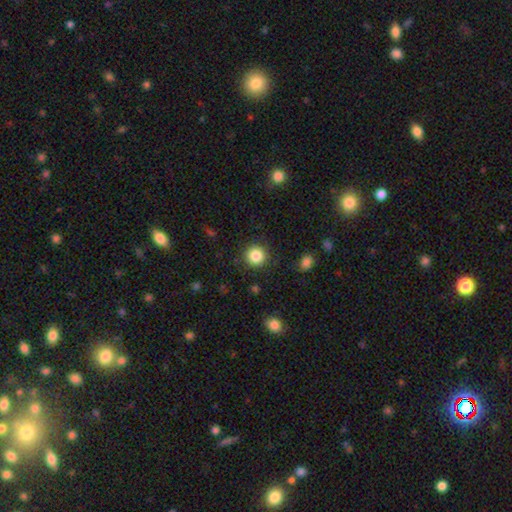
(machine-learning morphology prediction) A smooth galaxy with no disk features (85%) that is round (94%). Merging: none (89%).